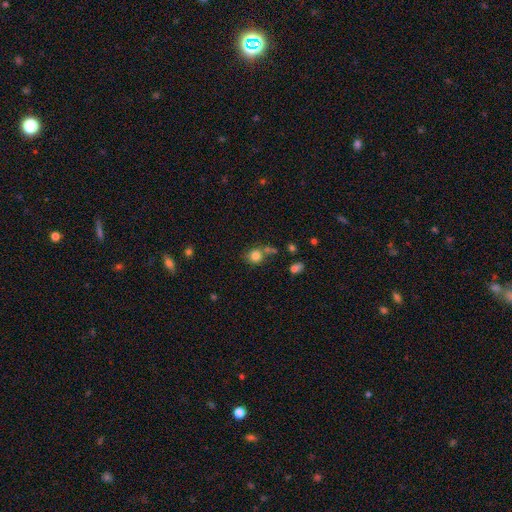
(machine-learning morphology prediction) A smooth galaxy with no disk features (81%) that is round (83%). Merging: none (62%).